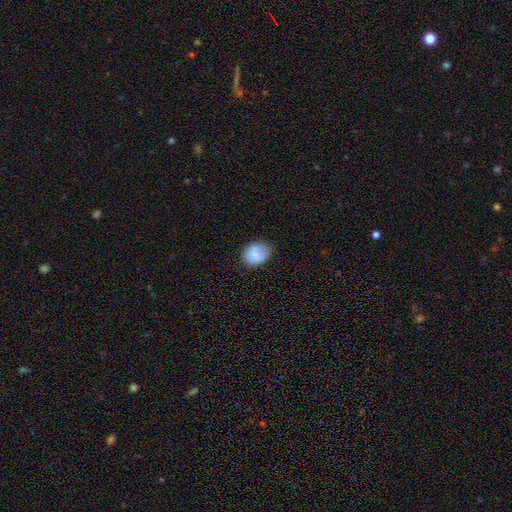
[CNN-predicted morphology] A smooth galaxy with no disk features (77%) that is in between round and cigar-shaped (51%).

Vote fractions:
- Smooth or featured? smooth: 77% / featured or disk: 15% / star or artifact: 8%
- How rounded? in between: 51% / round: 48% / cigar-shaped: 1%
- Merging? none: 71% / minor disturbance: 22% / major disturbance: 5% / merger: 1%